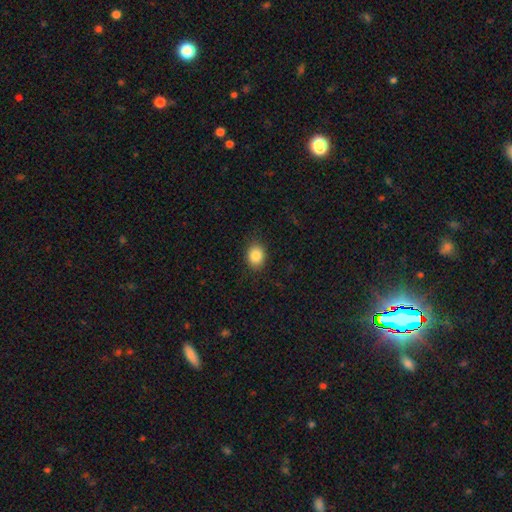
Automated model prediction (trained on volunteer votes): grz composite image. It shows a smooth galaxy with no disk features (86%) that is round (52%). Merging: none (87%).